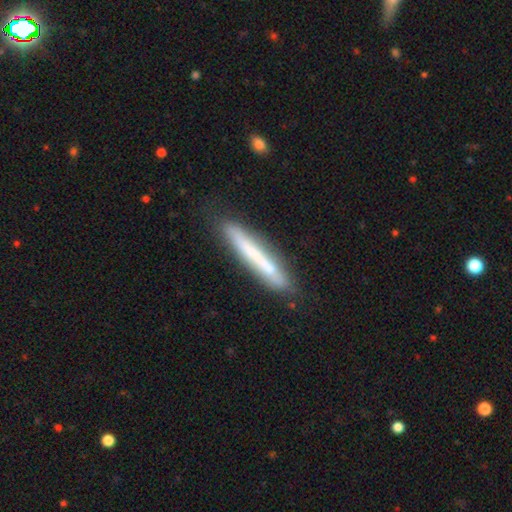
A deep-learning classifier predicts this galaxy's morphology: type=smooth (51%); roundness=cigar-shaped (95%); merging=none (79%).